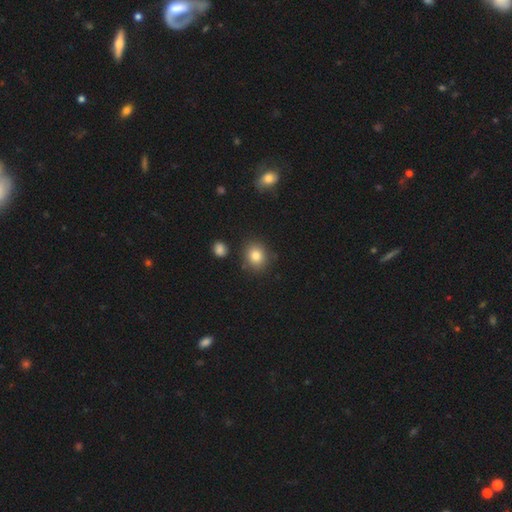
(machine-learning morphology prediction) Smooth or featured? smooth (83%)
How rounded? round (71%)
Merging? none (84%)